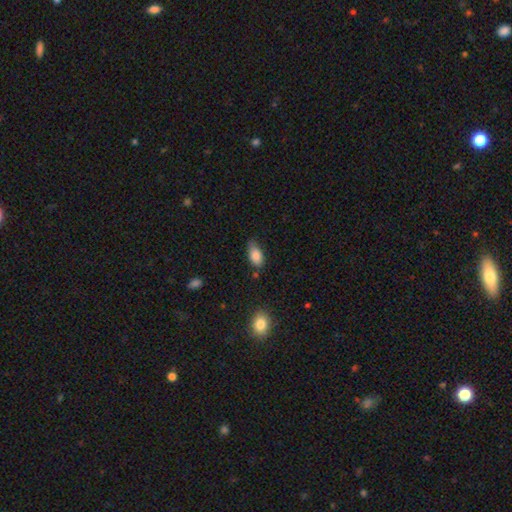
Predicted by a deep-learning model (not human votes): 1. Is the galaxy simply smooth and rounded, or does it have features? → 85% smooth, 8% star or artifact, 7% featured or disk.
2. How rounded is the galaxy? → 90% in between, 5% cigar-shaped, 4% round.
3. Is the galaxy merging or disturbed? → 63% none, 29% minor disturbance, 5% major disturbance, 3% merger.